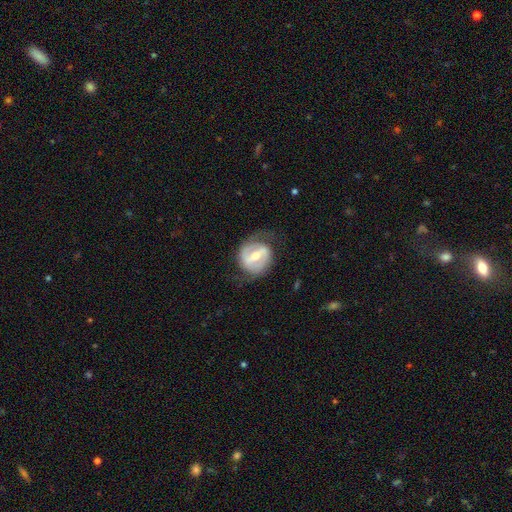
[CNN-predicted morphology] Smooth or featured? Predicted: featured or disk (p=0.76). Edge-on disk? Predicted: no (p=0.96). Bar? Predicted: strong (p=0.55). Spiral arms? Predicted: yes (p=0.75). Spiral winding? Predicted: medium (p=0.43). Spiral arm count? Predicted: 2 (p=0.79). Bulge size? Predicted: moderate (p=0.63). Merging? Predicted: none (p=0.66).